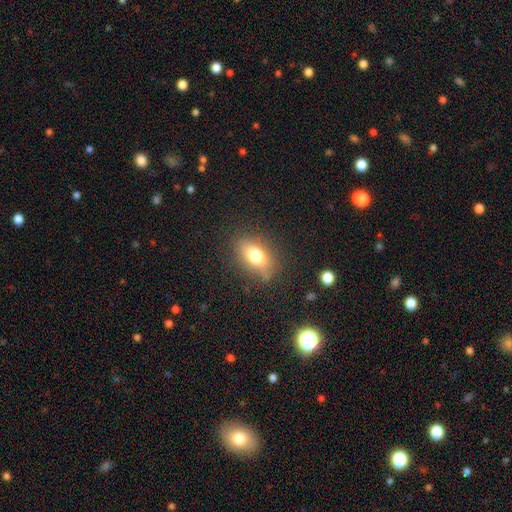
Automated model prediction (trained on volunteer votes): This appears to be a smooth galaxy with no disk features (70%) that is in between round and cigar-shaped (79%). Merging: none (80%).